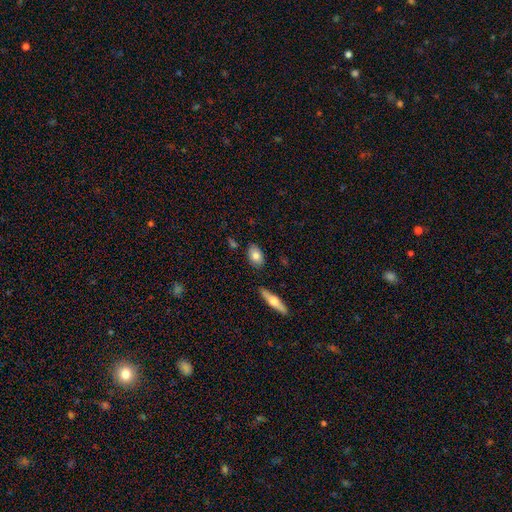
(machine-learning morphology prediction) smooth 77%, featured or disk 17%, star or artifact 6%. Down the decision tree: how rounded — in between (89%); merging — none (83%).